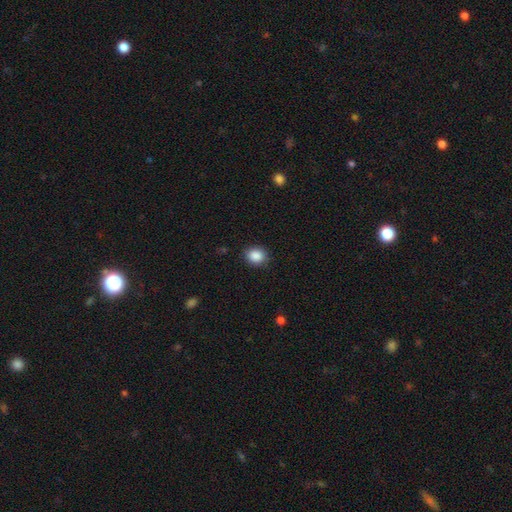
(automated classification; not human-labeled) Smooth or featured? smooth (88%)
How rounded? round (65%)
Merging? none (87%)